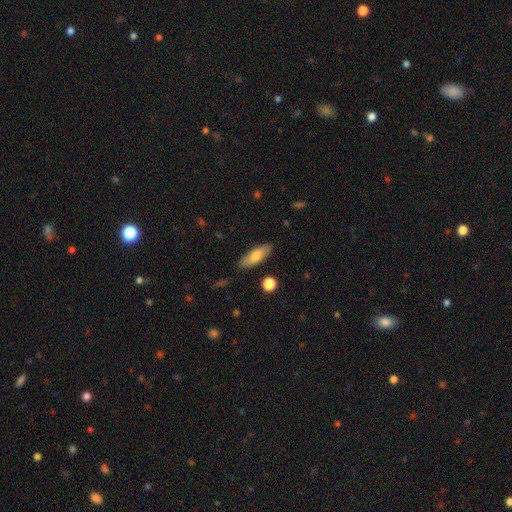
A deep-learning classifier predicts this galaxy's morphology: A smooth galaxy with no disk features (72%) that is in between round and cigar-shaped (64%).

Vote fractions:
- Smooth or featured? smooth: 72% / featured or disk: 22% / star or artifact: 6%
- How rounded? in between: 64% / cigar-shaped: 33% / round: 3%
- Merging? none: 86% / minor disturbance: 10% / major disturbance: 2% / merger: 2%